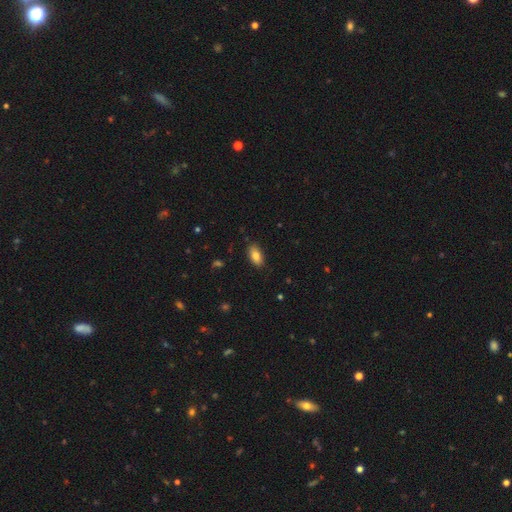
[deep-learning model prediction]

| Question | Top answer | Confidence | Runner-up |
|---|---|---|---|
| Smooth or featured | smooth | 84% | featured or disk (9%) |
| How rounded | in between | 91% | cigar-shaped (6%) |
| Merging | none | 86% | minor disturbance (10%) |